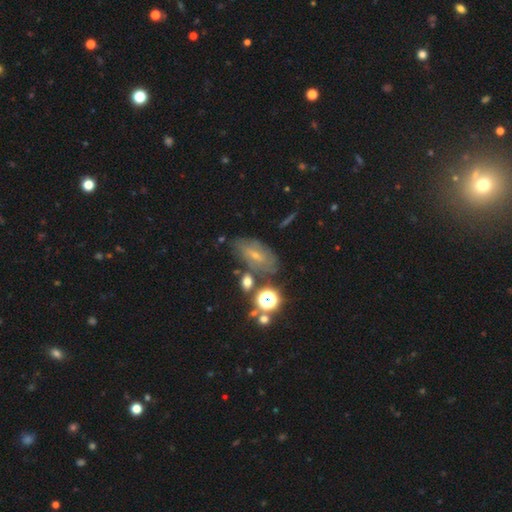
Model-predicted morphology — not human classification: Smooth or featured: featured or disk — 45% (smooth — 36%)
Merging: none — 61% (minor disturbance — 20%)